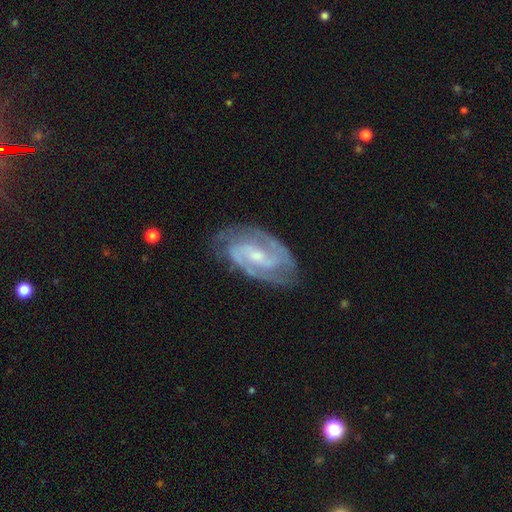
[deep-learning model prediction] Smooth or featured?
  - featured or disk: 89% *
  - smooth: 6%
  - star or artifact: 5%
Edge-on disk?
  - no: 96% *
  - yes: 4%
Bar?
  - weak: 46% *
  - no: 34%
  - strong: 20%
Spiral arms?
  - yes: 97% *
  - no: 3%
Spiral winding?
  - tight: 46% * (tied)
  - medium: 46% * (tied)
  - loose: 9%
Spiral arm count?
  - 2: 73% *
  - 3: 11%
  - can't tell: 9%
  - 4: 2%
  - 1: 2%
  - more than 4: 2%
Bulge size?
  - small: 63% *
  - moderate: 30%
  - none: 4%
  - large: 2%
  - dominant: 1%
Merging?
  - none: 75% *
  - minor disturbance: 18%
  - major disturbance: 6%
  - merger: 1%